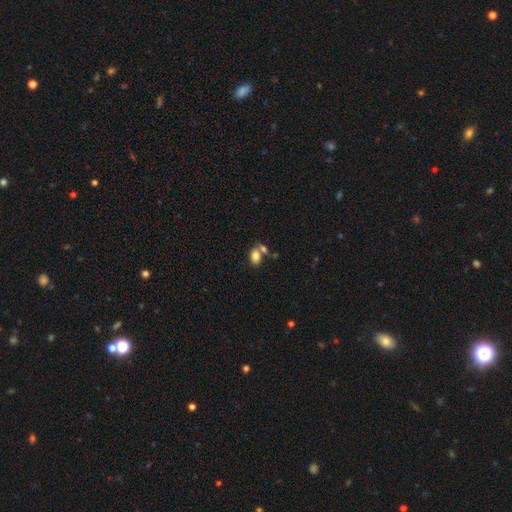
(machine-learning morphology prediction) smooth-or-featured: smooth: 82% | star or artifact: 10% | featured or disk: 8%
  how-rounded: in between: 87% | round: 12% | cigar-shaped: 2%
  merging: none: 50% | merger: 33% | minor disturbance: 12% | major disturbance: 5%